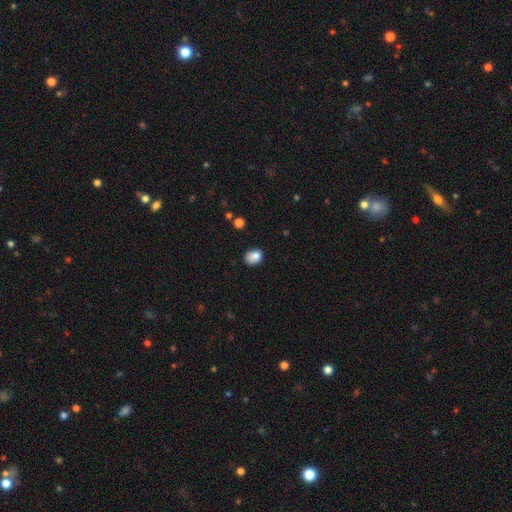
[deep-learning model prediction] Smooth or featured: smooth — 83% (star or artifact — 10%)
How rounded: in between — 55% (round — 44%)
Merging: none — 66% (minor disturbance — 25%)